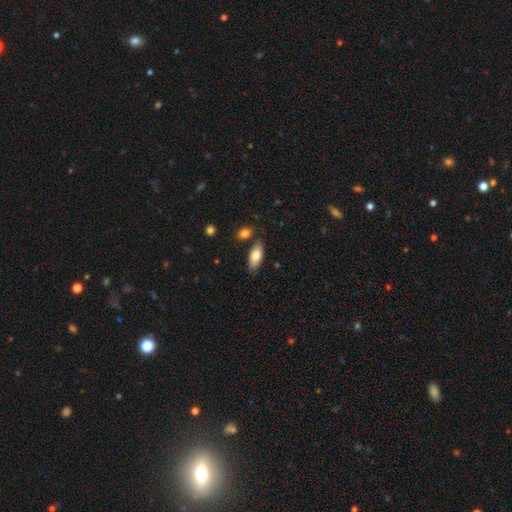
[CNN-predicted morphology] Smooth or featured?
  - smooth: 78% *
  - featured or disk: 16%
  - star or artifact: 6%
How rounded?
  - in between: 83% *
  - cigar-shaped: 15%
  - round: 2%
Merging?
  - none: 81% *
  - minor disturbance: 12%
  - merger: 5%
  - major disturbance: 2%